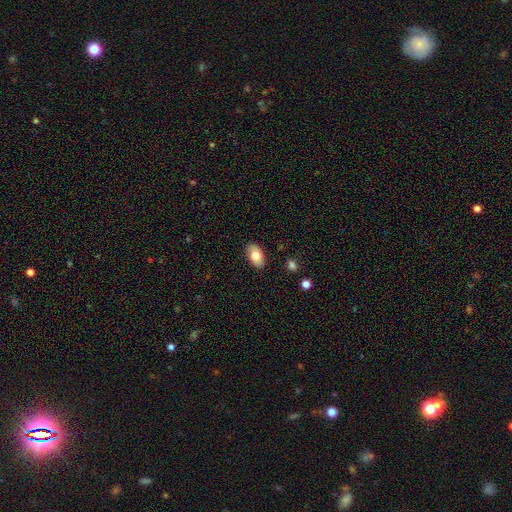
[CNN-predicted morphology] Smooth or featured? smooth (79%)
How rounded? in between (93%)
Merging? none (87%)